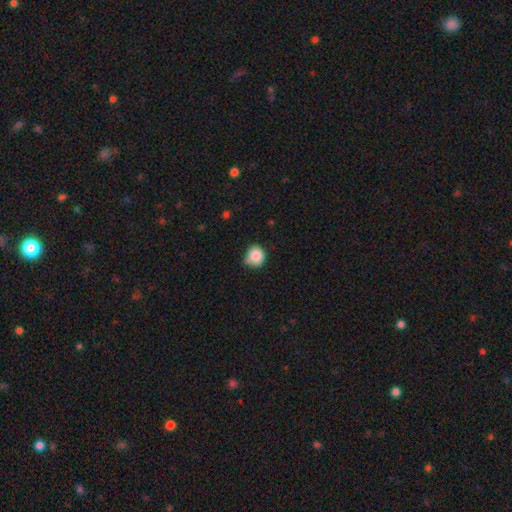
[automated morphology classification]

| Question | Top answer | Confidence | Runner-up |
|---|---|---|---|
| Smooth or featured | smooth | 86% | star or artifact (9%) |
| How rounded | round | 87% | in between (12%) |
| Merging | none | 65% | minor disturbance (26%) |